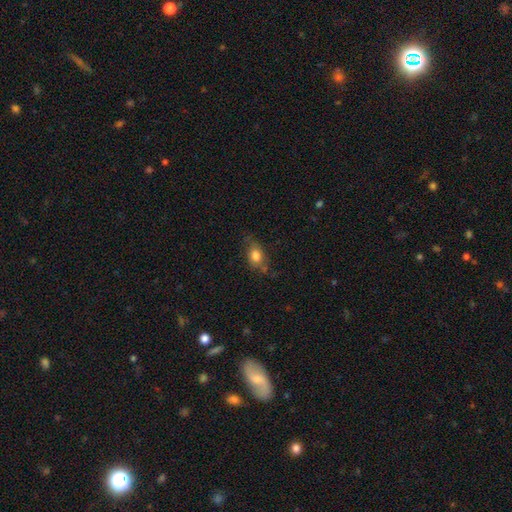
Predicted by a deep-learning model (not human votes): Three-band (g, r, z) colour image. It shows a smooth galaxy with no disk features (77%) that is in between round and cigar-shaped (71%). Merging: none (59%).